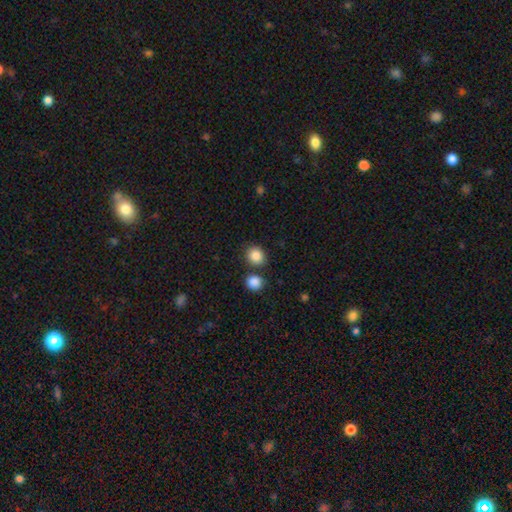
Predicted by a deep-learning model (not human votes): A smooth galaxy with no disk features (87%) that is round (80%).

Vote fractions:
- Smooth or featured? smooth: 87% / star or artifact: 9% / featured or disk: 4%
- How rounded? round: 80% / in between: 19% / cigar-shaped: 1%
- Merging? none: 77% / merger: 12% / minor disturbance: 8% / major disturbance: 3%